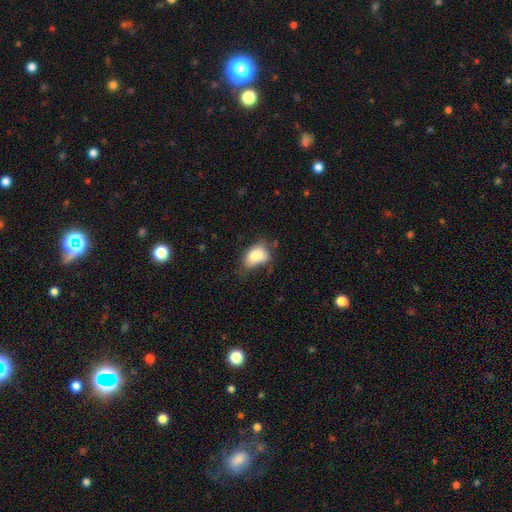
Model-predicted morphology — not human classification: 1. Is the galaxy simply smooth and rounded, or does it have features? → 76% smooth, 15% featured or disk, 9% star or artifact.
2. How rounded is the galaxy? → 83% in between, 16% round, 2% cigar-shaped.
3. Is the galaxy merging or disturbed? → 39% none, 35% minor disturbance, 17% major disturbance, 9% merger.